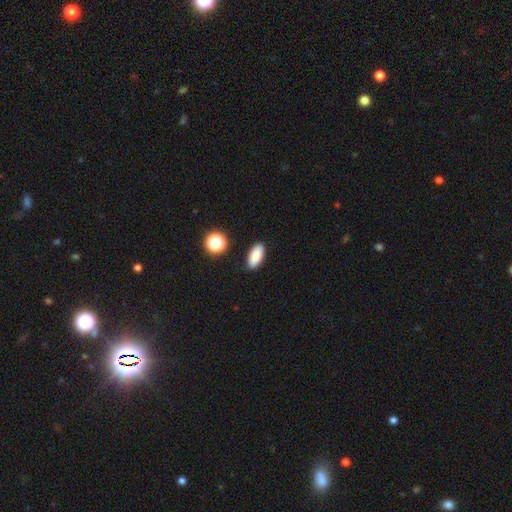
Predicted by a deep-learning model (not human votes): Smooth or featured?
  - smooth: 86% *
  - star or artifact: 9%
  - featured or disk: 5%
How rounded?
  - in between: 89% *
  - cigar-shaped: 7%
  - round: 4%
Merging?
  - none: 89% *
  - minor disturbance: 7%
  - major disturbance: 2%
  - merger: 2%